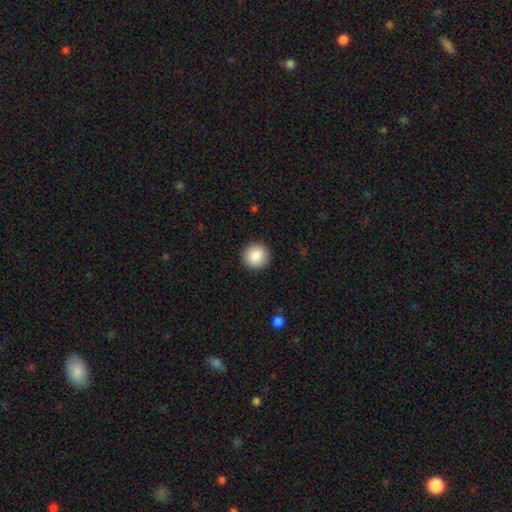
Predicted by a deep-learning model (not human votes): The model was most divided on "smooth or featured": smooth: 87%, star or artifact: 8%, featured or disk: 5%. More confident: how rounded — round (95%); merging — none (92%).